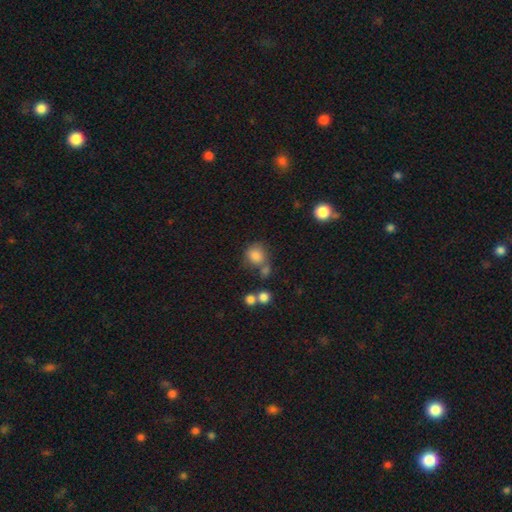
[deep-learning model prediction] Overall: smooth (81%). How rounded: round (74%). Merging: none (55%; merger 22%).